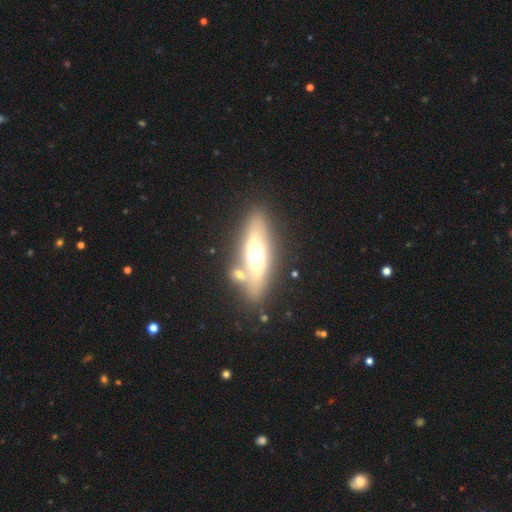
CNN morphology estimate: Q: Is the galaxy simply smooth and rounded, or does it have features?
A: featured or disk — 58%.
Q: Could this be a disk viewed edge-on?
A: yes — 56%.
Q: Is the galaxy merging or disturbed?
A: none — 72%.